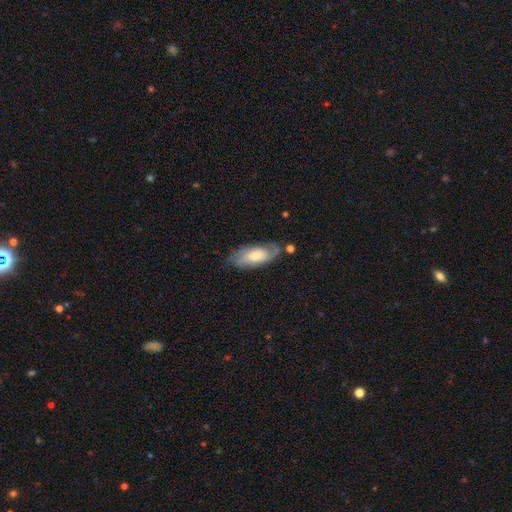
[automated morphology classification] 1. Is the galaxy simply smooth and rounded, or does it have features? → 56% featured or disk, 38% smooth, 6% star or artifact.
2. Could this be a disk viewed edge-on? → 86% no, 14% yes.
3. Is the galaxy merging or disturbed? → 67% none, 22% minor disturbance, 8% major disturbance, 4% merger.